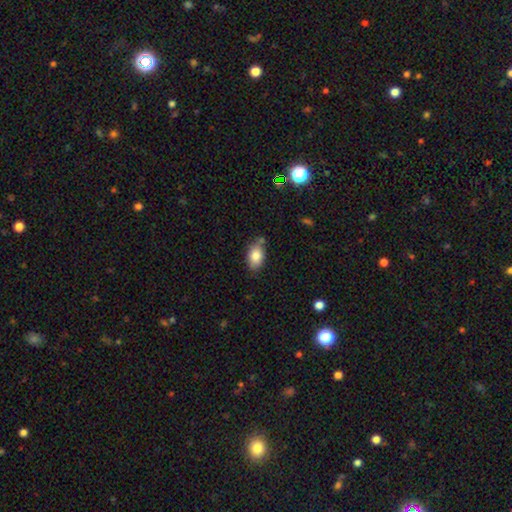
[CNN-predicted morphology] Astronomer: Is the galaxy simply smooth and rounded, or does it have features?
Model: smooth — 83%.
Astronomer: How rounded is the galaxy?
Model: in between — 90%.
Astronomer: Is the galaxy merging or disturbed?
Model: none — 70%.